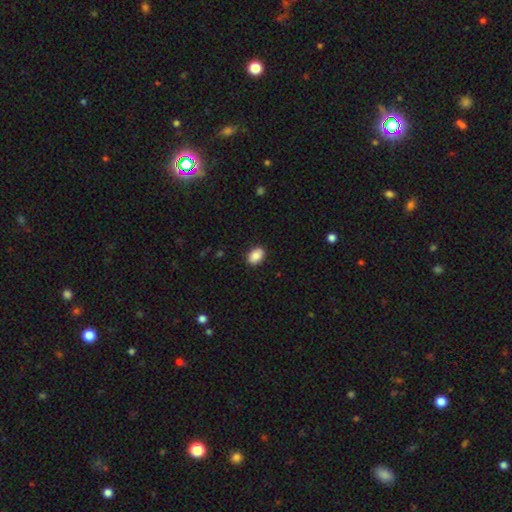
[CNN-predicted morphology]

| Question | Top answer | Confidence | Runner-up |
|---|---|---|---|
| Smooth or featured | smooth | 88% | star or artifact (7%) |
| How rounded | in between | 82% | round (17%) |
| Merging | none | 89% | minor disturbance (8%) |